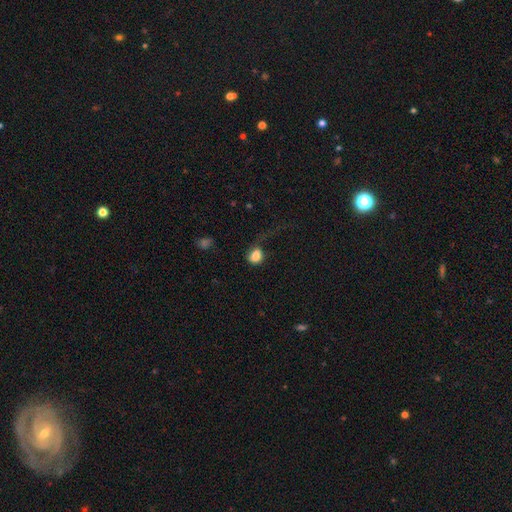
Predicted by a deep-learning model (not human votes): Smooth or featured: smooth — 82% (featured or disk — 10%)
How rounded: round — 55% (in between — 44%)
Merging: none — 37% (tied with major disturbance — 37%)